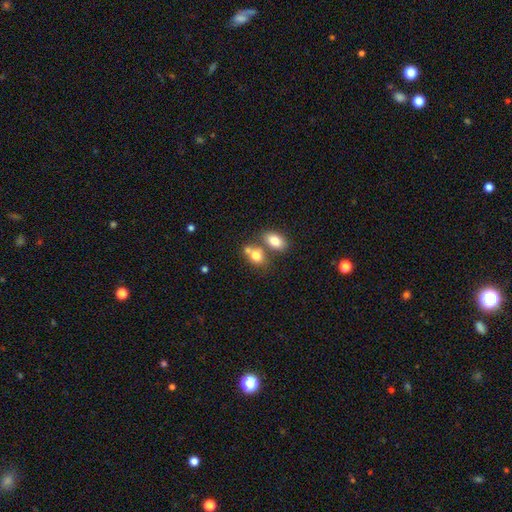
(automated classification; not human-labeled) This appears to be a smooth galaxy with no disk features (77%) that is in between round and cigar-shaped (66%). Merging: merger (50%).